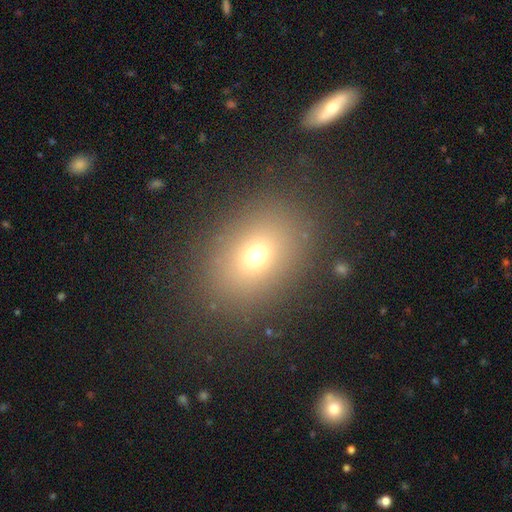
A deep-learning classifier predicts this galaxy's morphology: Smooth or featured? smooth (69%)
How rounded? in between (63%)
Merging? none (85%)